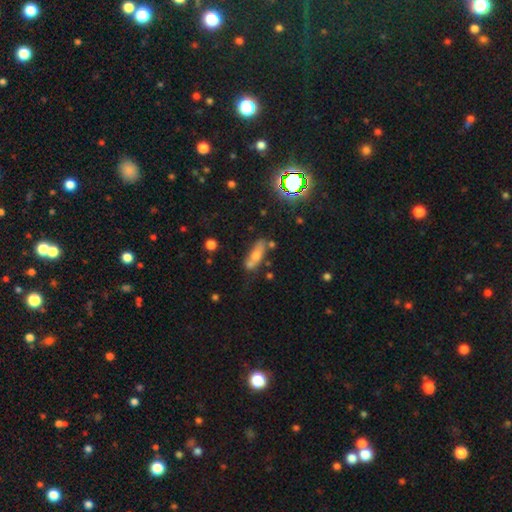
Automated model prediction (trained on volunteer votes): Overall: smooth (64%; featured or disk 25%). How rounded: in between (54%; cigar-shaped 42%). Merging: none (54%; minor disturbance 21%).